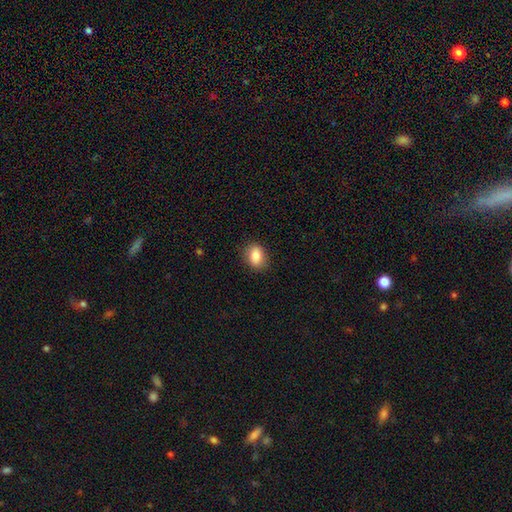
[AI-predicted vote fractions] The model was most divided on "how rounded": in between: 64%, round: 35%, cigar-shaped: 1%. More confident: merging — none (86%); smooth or featured — smooth (84%).